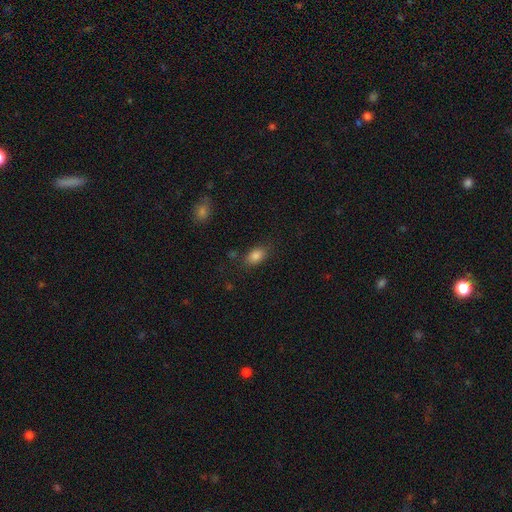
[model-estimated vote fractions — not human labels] This appears to be a smooth galaxy with no disk features (84%) that is in between round and cigar-shaped (86%). Merging: none (79%).